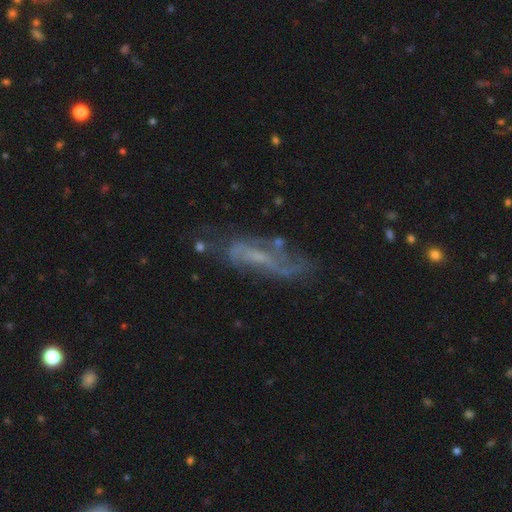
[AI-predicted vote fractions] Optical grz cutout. It shows a featured or disk galaxy (66%) with no bar (43%), spiral arms (69%) and a small central bulge (41%). Merging: none (51%).